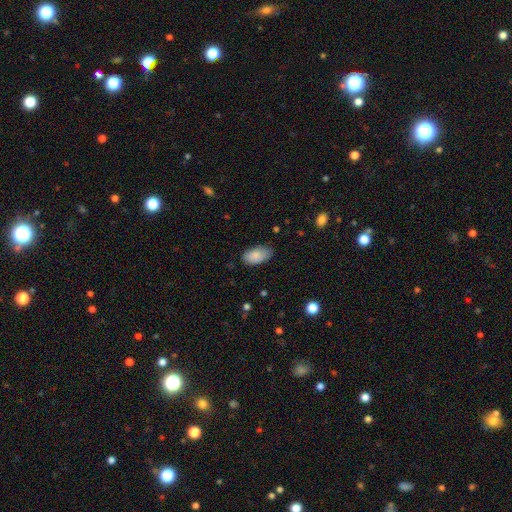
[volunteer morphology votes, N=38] smooth-or-featured: smooth: 82% | featured or disk: 13% | star or artifact: 5%
  how-rounded: in between: 94% | round: 3% | cigar-shaped: 3%
  merging: none: 83% | minor disturbance: 14% | major disturbance: 3% | merger: 0%